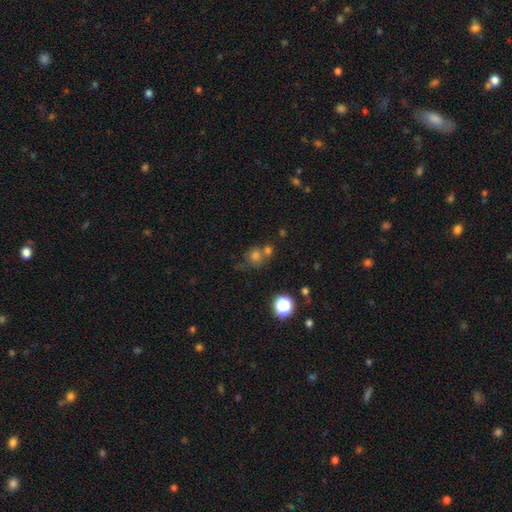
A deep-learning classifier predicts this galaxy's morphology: Smooth or featured: smooth — 63% (star or artifact — 25%)
How rounded: round — 82% (in between — 17%)
Merging: none — 49% (merger — 33%)